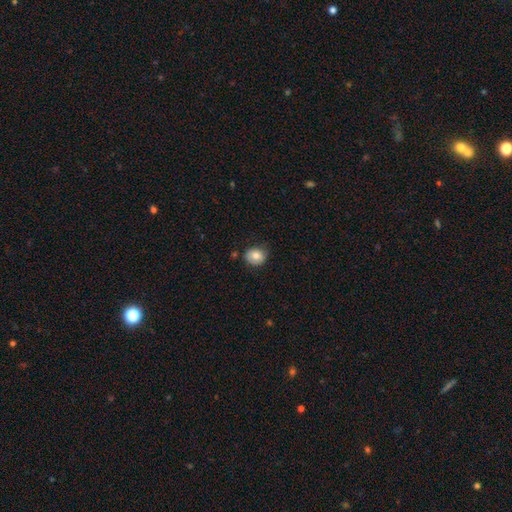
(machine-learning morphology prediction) smooth_or_featured: smooth (p=0.78) [alt: featured or disk p=0.14]
how_rounded: round (p=0.67) [alt: in between p=0.32]
merging: none (p=0.75) [alt: minor disturbance p=0.19]